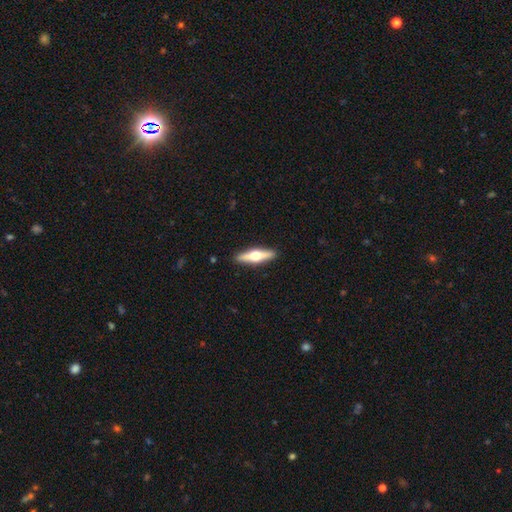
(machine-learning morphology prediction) Smooth or featured? featured or disk (62%)
Edge-on disk? yes (96%)
Edge-on bulge? rounded (96%)
Merging? none (91%)